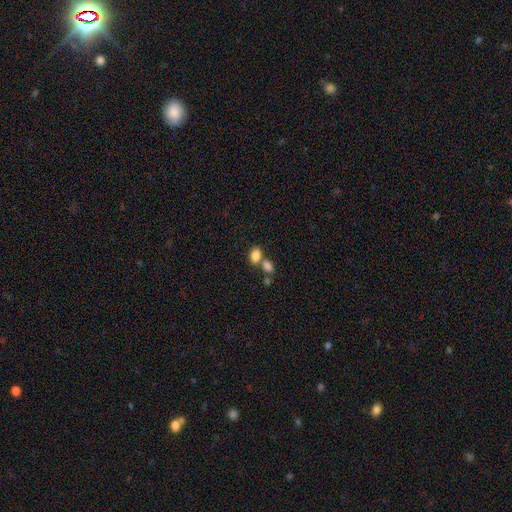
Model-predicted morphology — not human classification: Q: Smooth or featured?
A: smooth (83%); runner-up: star or artifact (9%)
Q: How rounded?
A: in between (86%); runner-up: round (12%)
Q: Merging?
A: none (44%); runner-up: merger (42%)